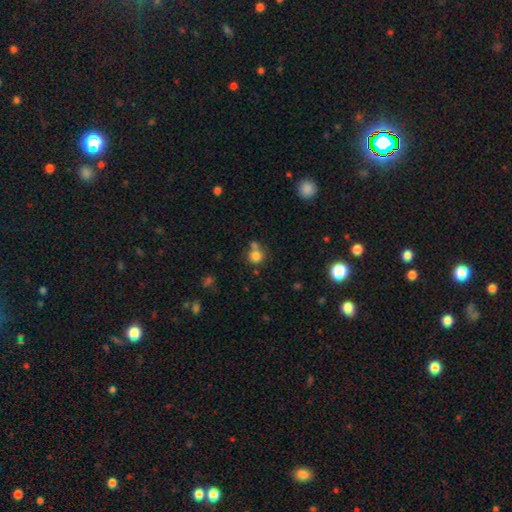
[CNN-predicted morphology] Smooth or featured?
  - smooth: 80% *
  - star or artifact: 12%
  - featured or disk: 8%
How rounded?
  - round: 89% *
  - in between: 10%
  - cigar-shaped: 1%
Merging?
  - none: 56% *
  - merger: 30%
  - minor disturbance: 10%
  - major disturbance: 4%